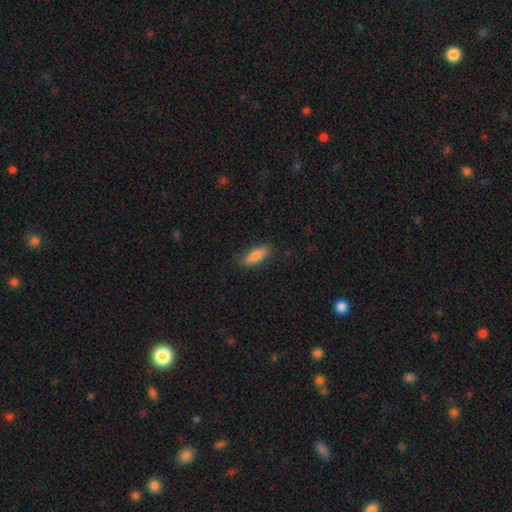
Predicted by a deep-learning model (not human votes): This is clearly a smooth galaxy (83%). How rounded: likely in between (66%). Merging: clearly none (83%).